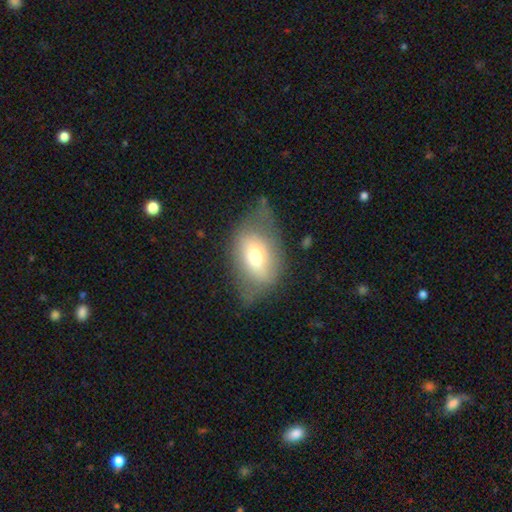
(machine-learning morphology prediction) Overall: smooth (58%; featured or disk 34%). How rounded: in between (85%). Merging: none (44%; minor disturbance 35%).